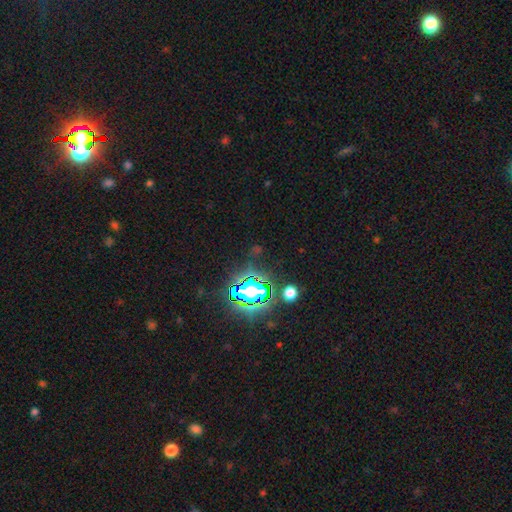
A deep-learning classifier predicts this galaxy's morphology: smooth_or_featured: star or artifact (p=0.80) [alt: smooth p=0.12]